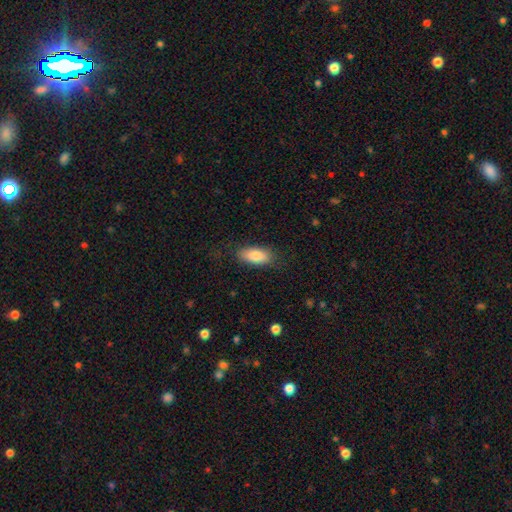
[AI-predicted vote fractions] Smooth or featured? Predicted: smooth (p=0.84). How rounded? Predicted: in between (p=0.86). Merging? Predicted: none (p=0.81).